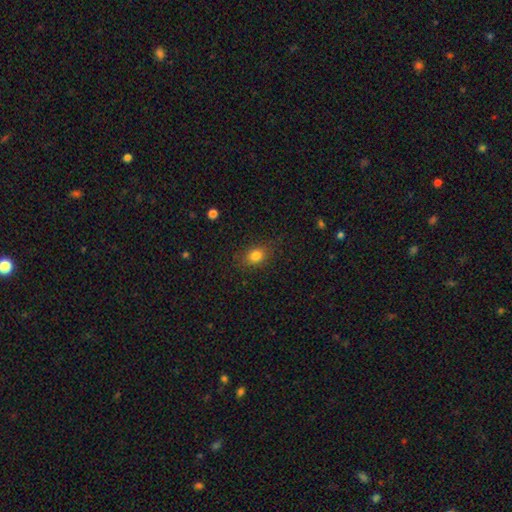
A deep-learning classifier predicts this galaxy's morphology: The model was most divided on "how rounded": in between: 58%, round: 40%, cigar-shaped: 2%. More confident: merging — none (81%); smooth or featured — smooth (81%).